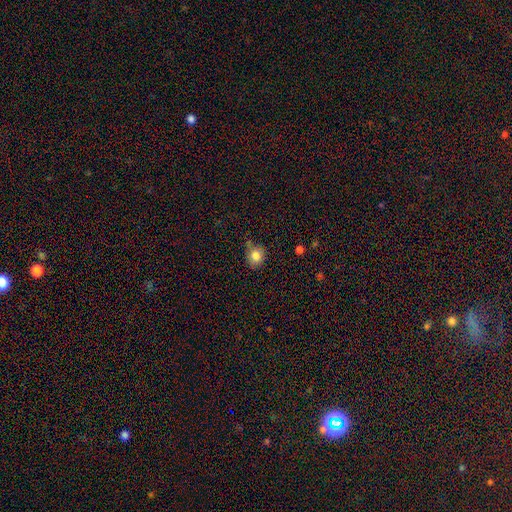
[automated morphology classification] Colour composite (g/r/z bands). It shows a smooth galaxy with no disk features (83%) that is round (73%). Merging: none (62%).